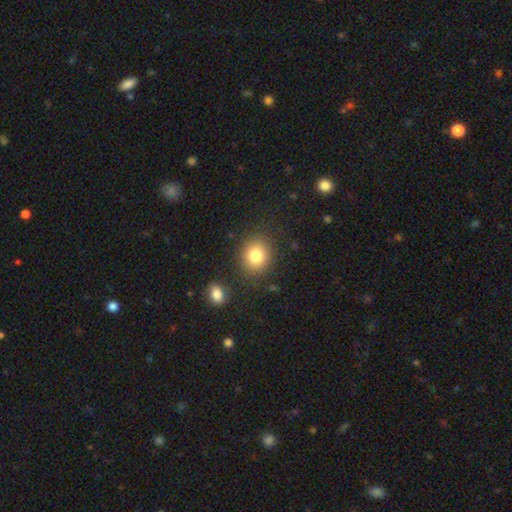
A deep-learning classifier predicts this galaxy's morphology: This appears to be a smooth galaxy with no disk features (82%) that is round (72%). Merging: none (84%).